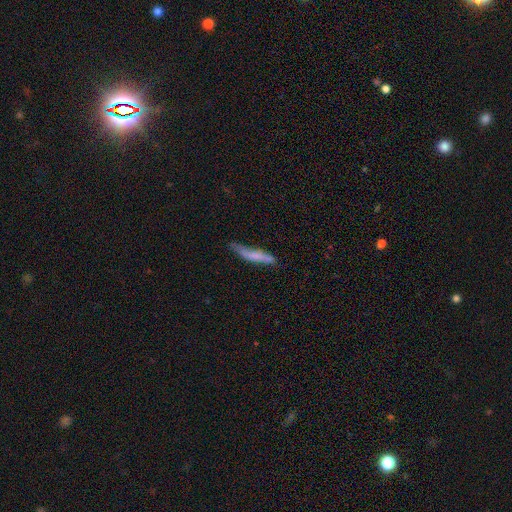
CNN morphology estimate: A smooth galaxy with no disk features (62%) that is cigar-shaped (89%).

Vote fractions:
- Smooth or featured? smooth: 62% / featured or disk: 31% / star or artifact: 7%
- How rounded? cigar-shaped: 89% / in between: 9% / round: 2%
- Merging? none: 54% / minor disturbance: 31% / major disturbance: 11% / merger: 5%